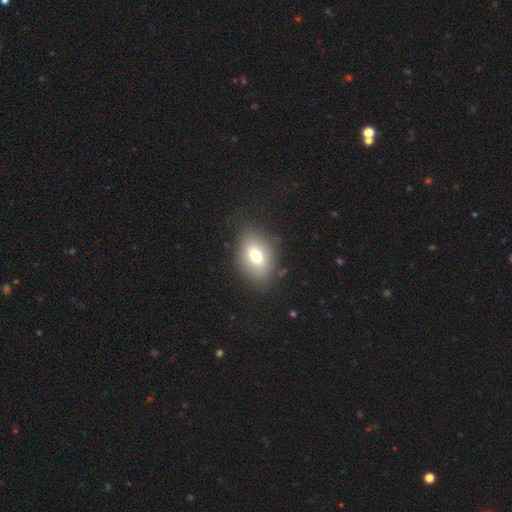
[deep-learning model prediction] A smooth galaxy with no disk features (71%) that is in between round and cigar-shaped (77%).

Vote fractions:
- Smooth or featured? smooth: 71% / featured or disk: 17% / star or artifact: 11%
- How rounded? in between: 77% / round: 21% / cigar-shaped: 2%
- Merging? none: 78% / minor disturbance: 14% / major disturbance: 6% / merger: 2%